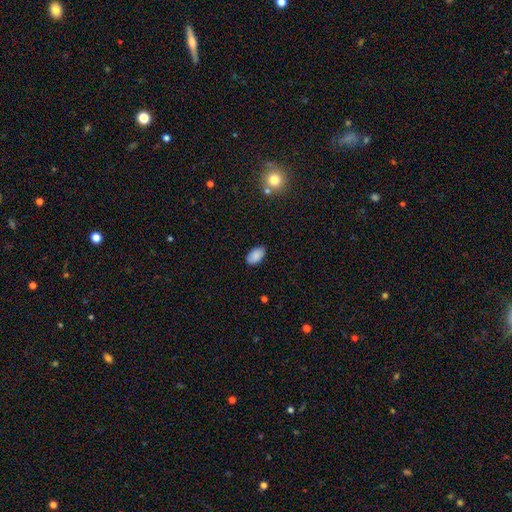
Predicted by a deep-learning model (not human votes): smooth 88%, star or artifact 8%, featured or disk 4%. Down the decision tree: how rounded — in between (94%); merging — none (86%).